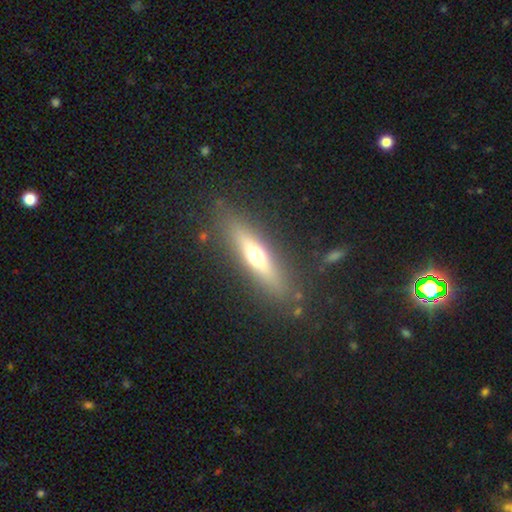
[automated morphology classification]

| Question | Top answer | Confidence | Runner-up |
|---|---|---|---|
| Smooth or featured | featured or disk | 47% | smooth (45%) |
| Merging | none | 85% | minor disturbance (9%) |